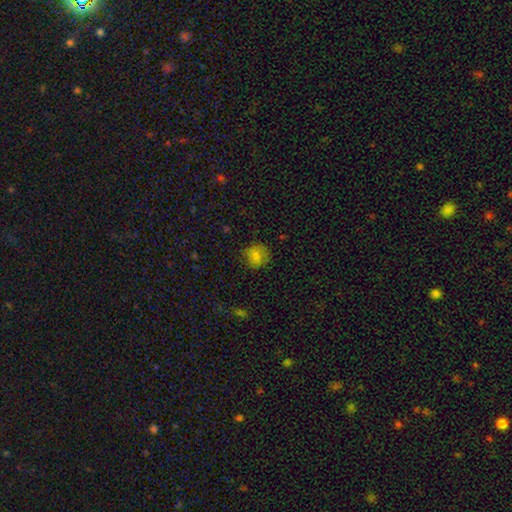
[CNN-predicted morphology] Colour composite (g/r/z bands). It shows a smooth galaxy with no disk features (78%) that is round (84%). Merging: none (78%).